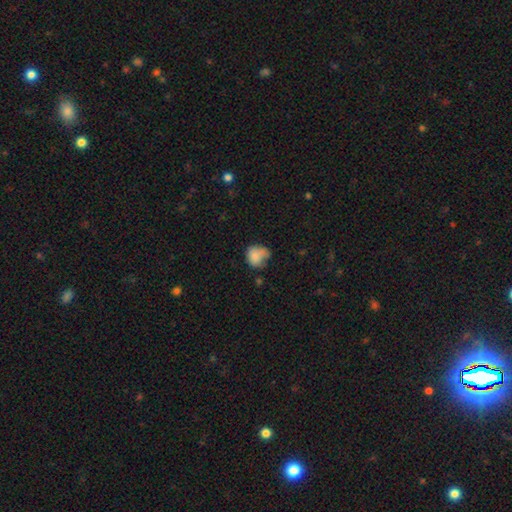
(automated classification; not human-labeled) The model was most divided on "merging": none: 40%, minor disturbance: 34%, major disturbance: 19%, merger: 7%. More confident: smooth or featured — smooth (78%); how rounded — round (63%).